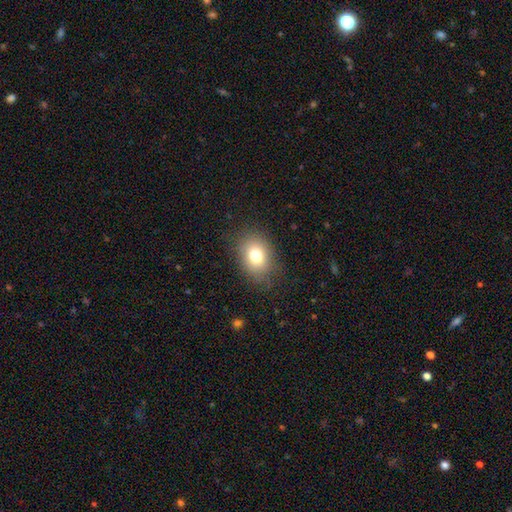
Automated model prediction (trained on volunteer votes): A smooth galaxy with no disk features (76%) that is in between round and cigar-shaped (63%). Merging: none (82%).